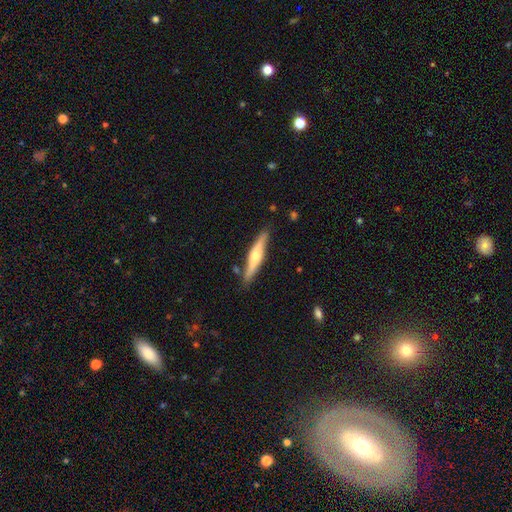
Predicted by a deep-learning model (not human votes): Smooth or featured: featured or disk — 58% (smooth — 37%)
Edge-on disk: yes — 93% (no — 7%)
Edge-on bulge: rounded — 90% (none — 6%)
Merging: none — 83% (minor disturbance — 11%)